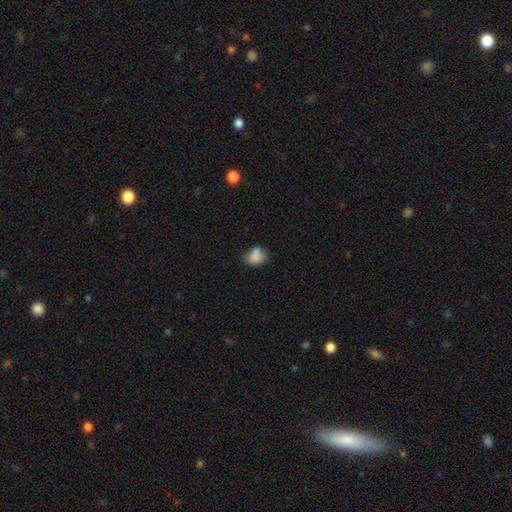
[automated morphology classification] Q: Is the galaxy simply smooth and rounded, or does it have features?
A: smooth — 79%.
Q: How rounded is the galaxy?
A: in between — 55%.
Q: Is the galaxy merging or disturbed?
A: none — 46%.